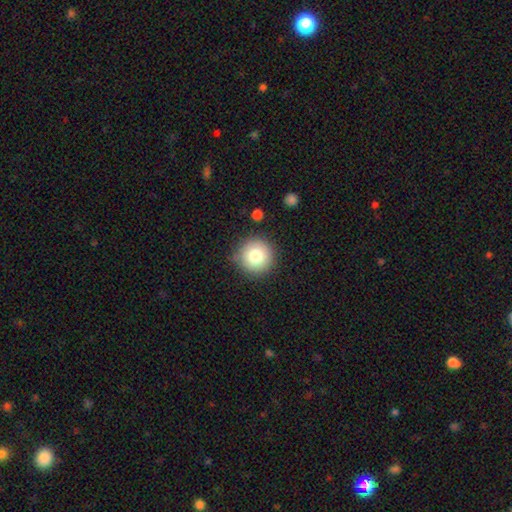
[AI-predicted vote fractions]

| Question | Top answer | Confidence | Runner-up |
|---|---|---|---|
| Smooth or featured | smooth | 80% | featured or disk (10%) |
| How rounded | round | 96% | in between (3%) |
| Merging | none | 87% | minor disturbance (9%) |